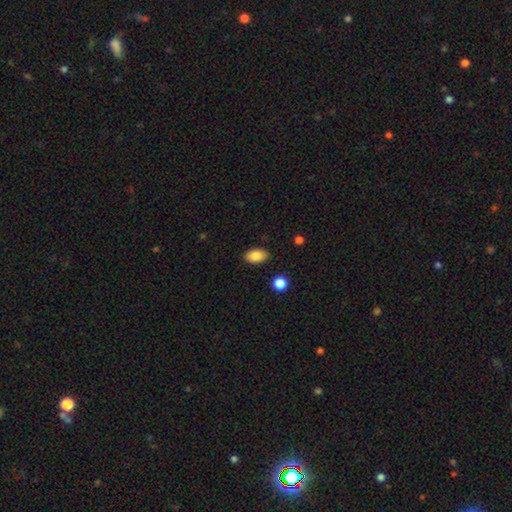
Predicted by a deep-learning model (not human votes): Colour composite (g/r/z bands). It shows a smooth galaxy with no disk features (86%) that is in between round and cigar-shaped (90%). Merging: none (86%).